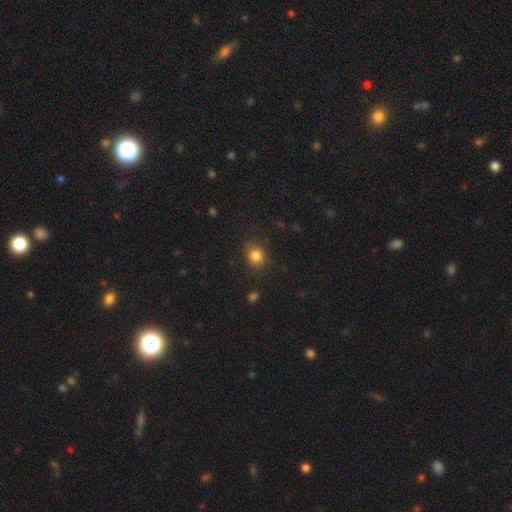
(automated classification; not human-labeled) Smooth or featured? Predicted: smooth (p=0.83). How rounded? Predicted: round (p=0.79). Merging? Predicted: none (p=0.83).